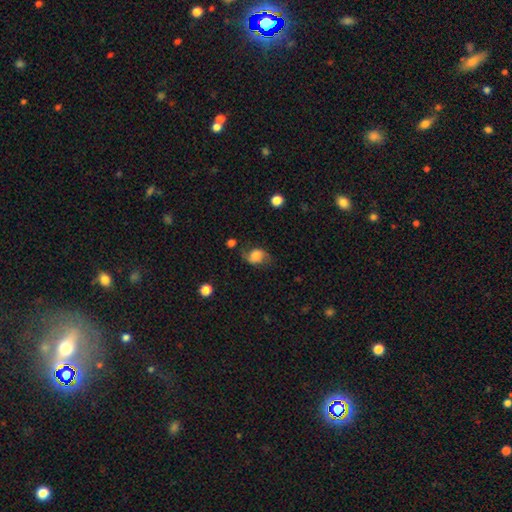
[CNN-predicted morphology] Q: Smooth or featured?
A: smooth (53%); runner-up: featured or disk (36%)
Q: How rounded?
A: in between (56%); runner-up: round (43%)
Q: Merging?
A: none (61%); runner-up: minor disturbance (24%)